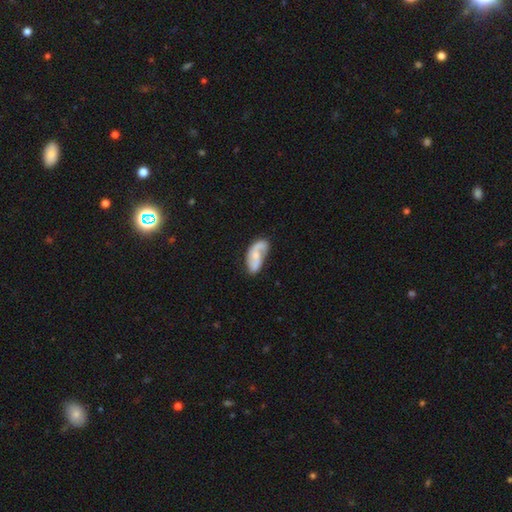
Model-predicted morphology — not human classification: smooth_or_featured: featured or disk (p=0.62) [alt: smooth p=0.32]
disk_edge_on: no (p=0.95) [alt: yes p=0.05]
bar: no (p=0.60) [alt: weak p=0.32]
has_spiral_arms: yes (p=0.86) [alt: no p=0.14]
spiral_winding: loose (p=0.47) [alt: medium p=0.36]
spiral_arm_count: 2 (p=0.69) [alt: 1 p=0.19]
bulge_size: small (p=0.52) [alt: moderate p=0.33]
merging: none (p=0.50) [alt: minor disturbance p=0.29]